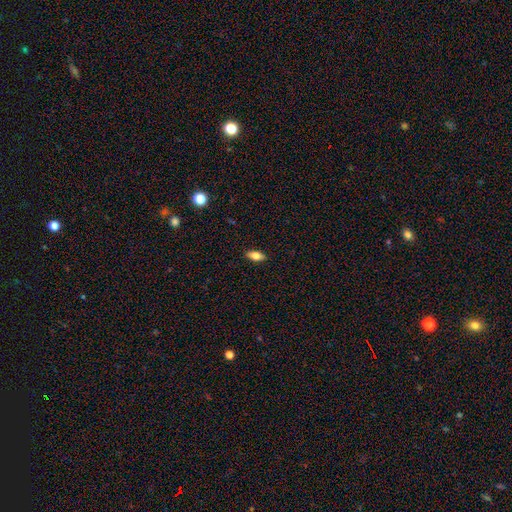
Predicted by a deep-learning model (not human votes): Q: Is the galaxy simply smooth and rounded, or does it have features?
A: smooth — 75%.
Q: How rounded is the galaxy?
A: in between — 85%.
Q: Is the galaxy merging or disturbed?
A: none — 89%.